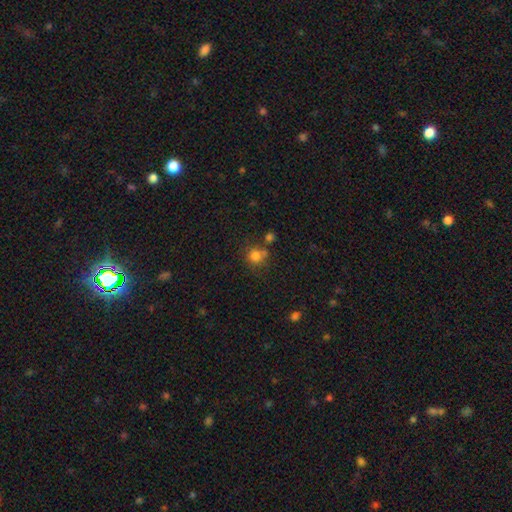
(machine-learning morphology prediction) smooth 79%, star or artifact 14%, featured or disk 8%. Down the decision tree: how rounded — round (86%); merging — none (60%).